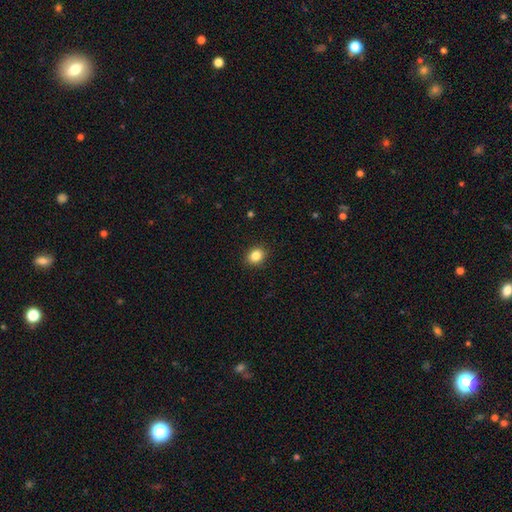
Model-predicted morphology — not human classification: A smooth galaxy with no disk features (84%) that is round (60%).

Vote fractions:
- Smooth or featured? smooth: 84% / star or artifact: 10% / featured or disk: 5%
- How rounded? round: 60% / in between: 39% / cigar-shaped: 1%
- Merging? none: 91% / minor disturbance: 7% / major disturbance: 2% / merger: 1%